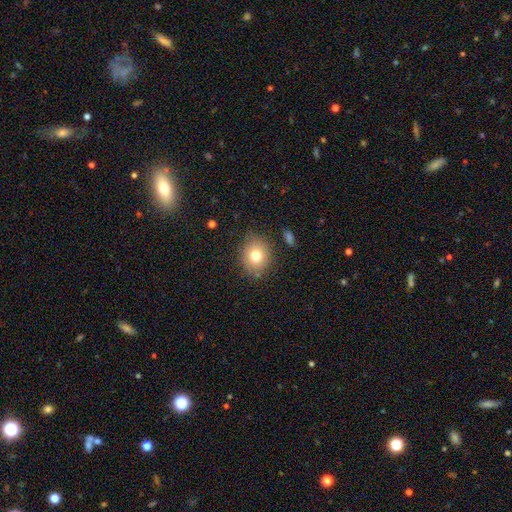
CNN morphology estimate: This appears to be a smooth galaxy with no disk features (76%) that is round (68%). Merging: none (81%).